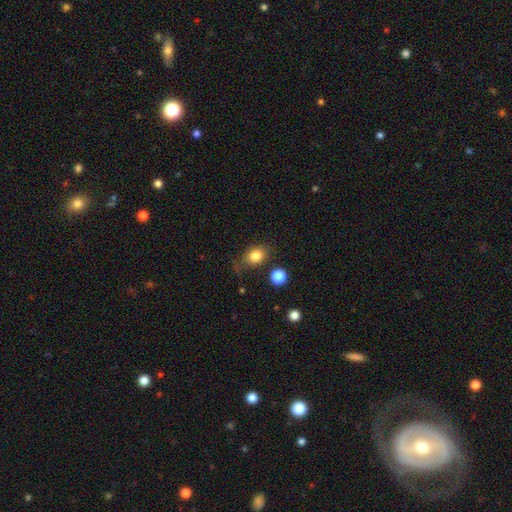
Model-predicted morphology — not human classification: smooth 82%, star or artifact 10%, featured or disk 8%. Down the decision tree: how rounded — in between (57%); merging — none (69%).